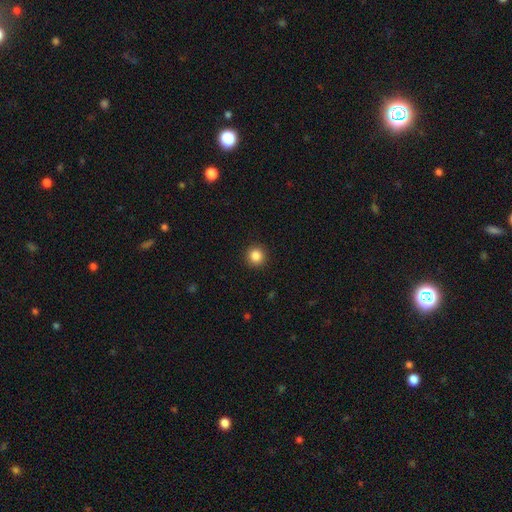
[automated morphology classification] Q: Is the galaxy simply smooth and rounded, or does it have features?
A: smooth — 86%.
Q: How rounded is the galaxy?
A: round — 95%.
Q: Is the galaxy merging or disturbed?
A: none — 92%.